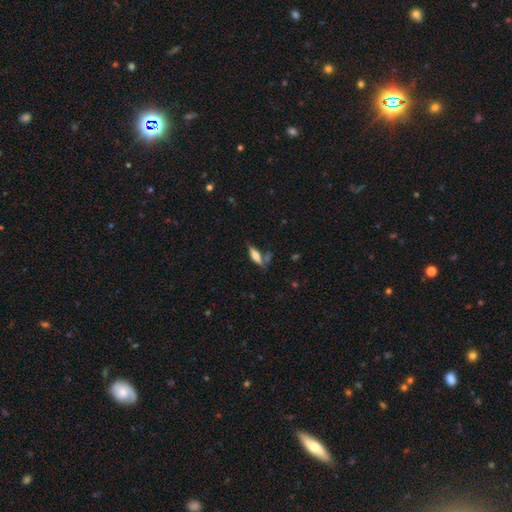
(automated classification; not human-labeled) Smooth or featured: smooth — 65% (featured or disk — 27%)
How rounded: cigar-shaped — 51% (in between — 47%)
Merging: none — 63% (minor disturbance — 18%)